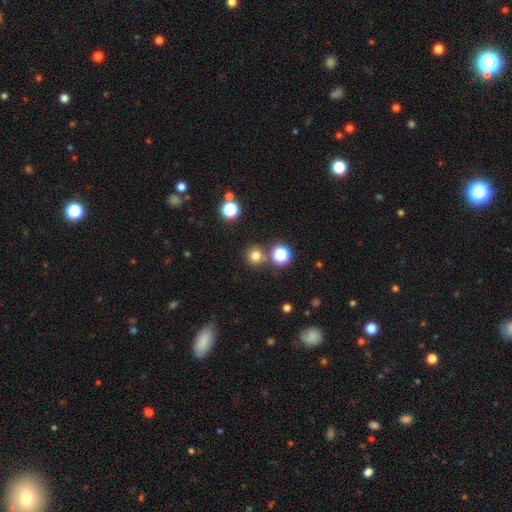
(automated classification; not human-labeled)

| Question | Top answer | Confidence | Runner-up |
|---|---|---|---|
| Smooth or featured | smooth | 75% | star or artifact (19%) |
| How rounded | round | 94% | in between (5%) |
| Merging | none | 78% | merger (12%) |